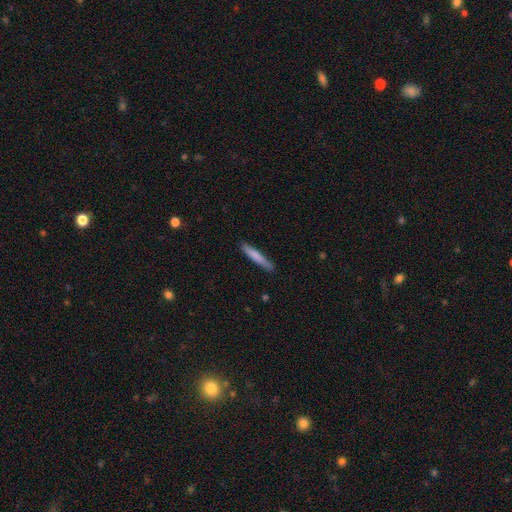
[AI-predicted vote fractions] smooth 76%, featured or disk 18%, star or artifact 5%. Down the decision tree: how rounded — cigar-shaped (94%); merging — none (84%).